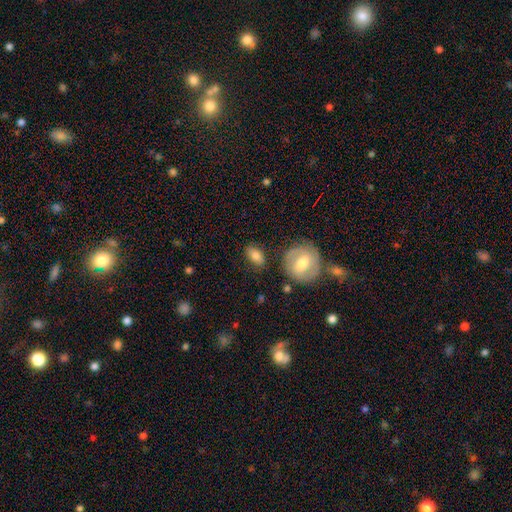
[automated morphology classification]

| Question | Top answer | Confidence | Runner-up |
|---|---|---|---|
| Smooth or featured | smooth | 79% | featured or disk (13%) |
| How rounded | in between | 82% | round (15%) |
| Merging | none | 78% | minor disturbance (14%) |